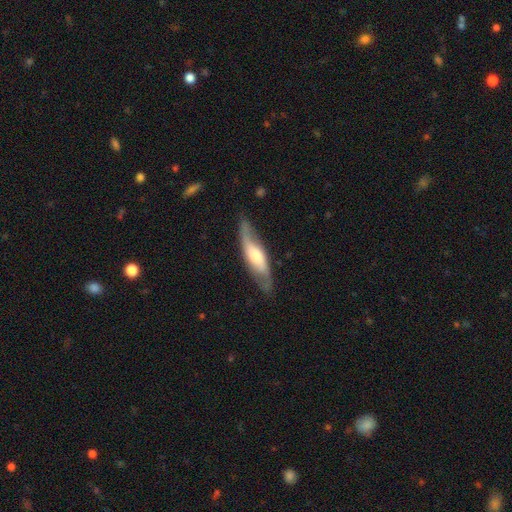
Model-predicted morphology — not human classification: smooth-or-featured: featured or disk: 63% | smooth: 32% | star or artifact: 5%
  disk-edge-on: no: 62% | yes: 38%
  merging: none: 77% | minor disturbance: 16% | major disturbance: 5% | merger: 1%